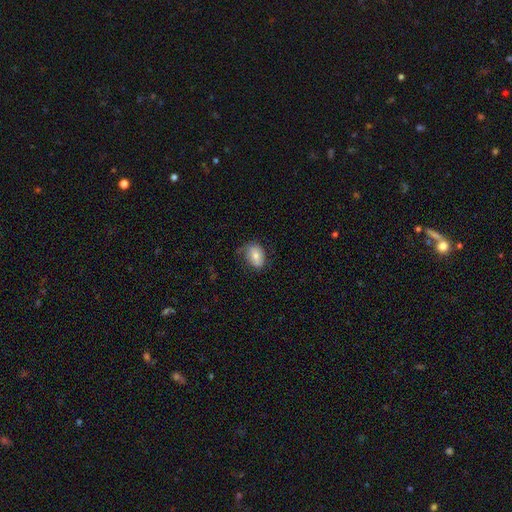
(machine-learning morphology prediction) smooth-or-featured: smooth: 75% | featured or disk: 18% | star or artifact: 8%
  how-rounded: in between: 79% | round: 19% | cigar-shaped: 1%
  merging: none: 66% | minor disturbance: 25% | major disturbance: 8% | merger: 1%